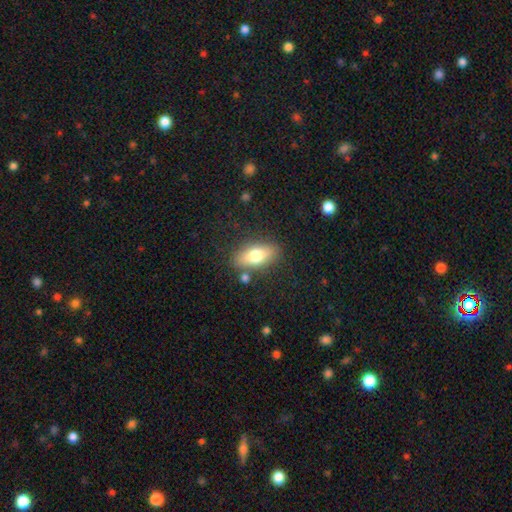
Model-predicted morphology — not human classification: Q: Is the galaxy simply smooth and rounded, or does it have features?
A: smooth — 70%.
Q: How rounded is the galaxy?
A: in between — 79%.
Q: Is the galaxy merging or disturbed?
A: none — 80%.